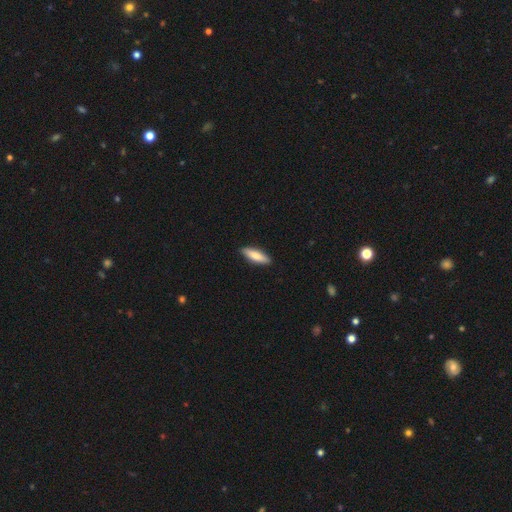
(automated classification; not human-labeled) A smooth galaxy with no disk features (76%) that is cigar-shaped (57%).

Vote fractions:
- Smooth or featured? smooth: 76% / featured or disk: 19% / star or artifact: 5%
- How rounded? cigar-shaped: 57% / in between: 41% / round: 2%
- Merging? none: 90% / minor disturbance: 8% / major disturbance: 1% / merger: 1%